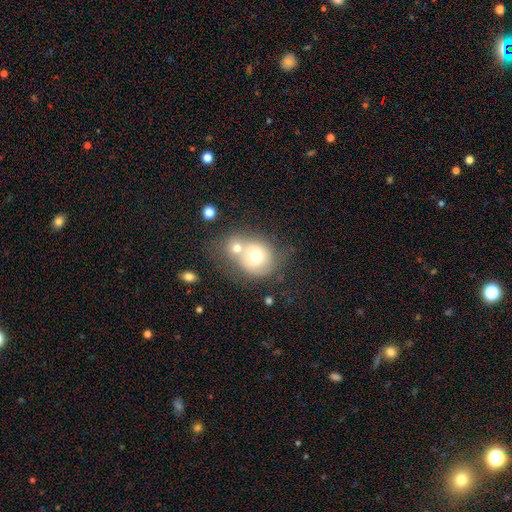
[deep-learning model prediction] This appears to be a smooth galaxy with no disk features (64%) that is round (75%). Merging: merger (53%).